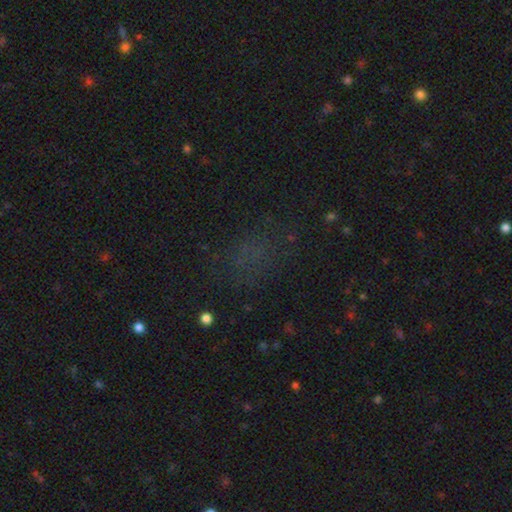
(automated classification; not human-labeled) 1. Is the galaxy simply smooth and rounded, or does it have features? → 45% star or artifact, 43% smooth, 13% featured or disk.